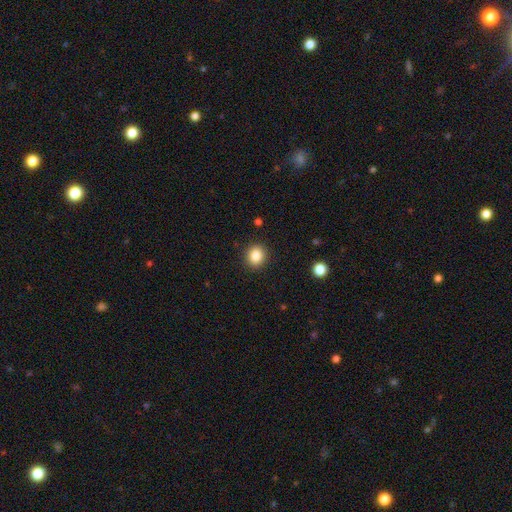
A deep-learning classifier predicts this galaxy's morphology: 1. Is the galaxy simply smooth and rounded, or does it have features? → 85% smooth, 10% star or artifact, 5% featured or disk.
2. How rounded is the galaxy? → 81% round, 18% in between, 1% cigar-shaped.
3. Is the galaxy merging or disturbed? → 91% none, 6% minor disturbance, 2% major disturbance, 1% merger.